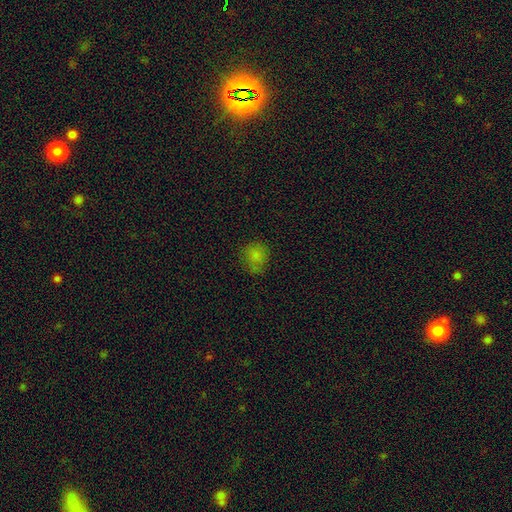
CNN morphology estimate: Smooth or featured? Predicted: smooth (p=0.78). How rounded? Predicted: round (p=0.80). Merging? Predicted: none (p=0.72).